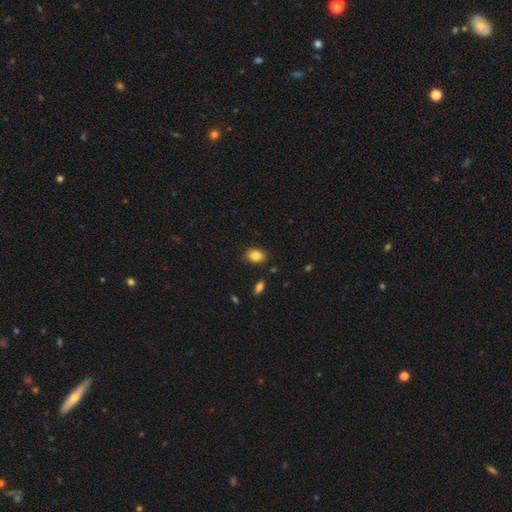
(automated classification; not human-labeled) A smooth galaxy with no disk features (85%) that is in between round and cigar-shaped (74%).

Vote fractions:
- Smooth or featured? smooth: 85% / star or artifact: 9% / featured or disk: 6%
- How rounded? in between: 74% / round: 25% / cigar-shaped: 1%
- Merging? none: 86% / minor disturbance: 10% / major disturbance: 2% / merger: 2%